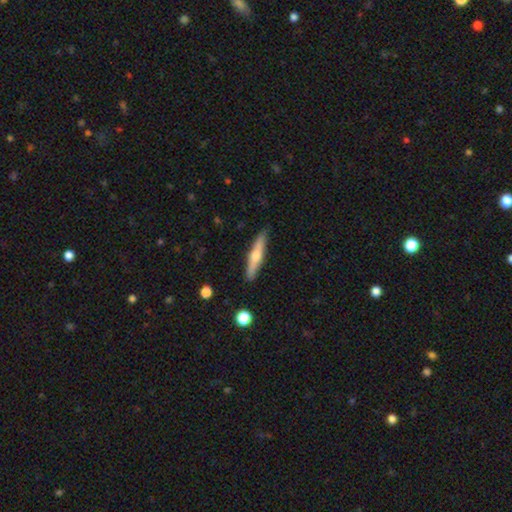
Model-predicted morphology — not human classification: Smooth or featured? featured or disk (50%)
Merging? none (89%)